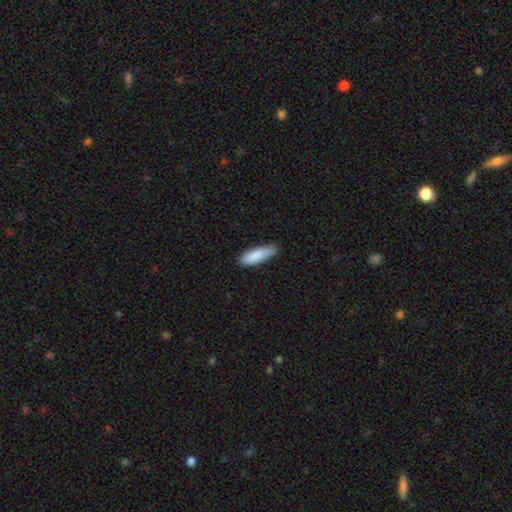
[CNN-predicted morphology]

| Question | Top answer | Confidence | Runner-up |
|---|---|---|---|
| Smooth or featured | smooth | 88% | featured or disk (7%) |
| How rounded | cigar-shaped | 51% | in between (47%) |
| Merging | none | 79% | minor disturbance (17%) |